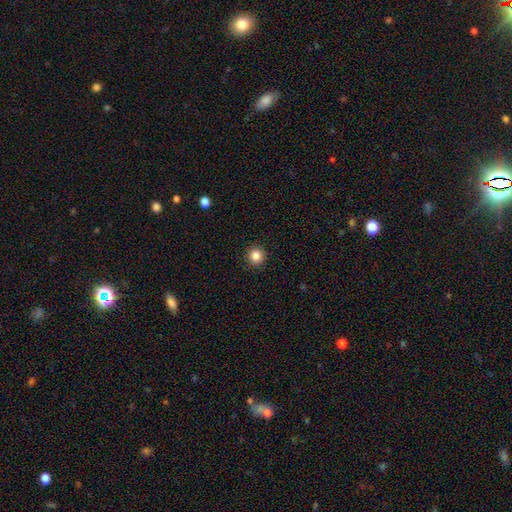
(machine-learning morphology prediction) Smooth or featured: smooth — 85% (star or artifact — 11%)
How rounded: round — 94% (in between — 5%)
Merging: none — 93% (minor disturbance — 5%)